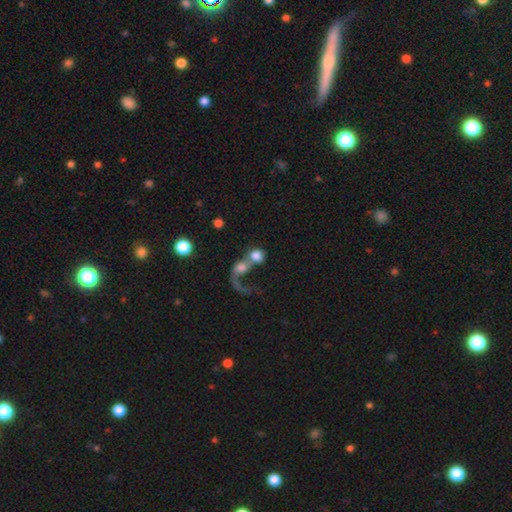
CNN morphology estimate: Smooth or featured?
  - smooth: 59% *
  - featured or disk: 31%
  - star or artifact: 10%
How rounded?
  - round: 65% *
  - in between: 32%
  - cigar-shaped: 3%
Merging?
  - merger: 68% *
  - major disturbance: 14%
  - none: 13%
  - minor disturbance: 5%